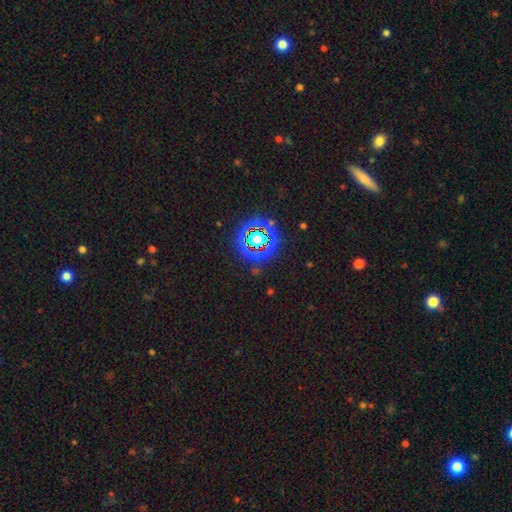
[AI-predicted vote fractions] Overall: star or artifact (71%).